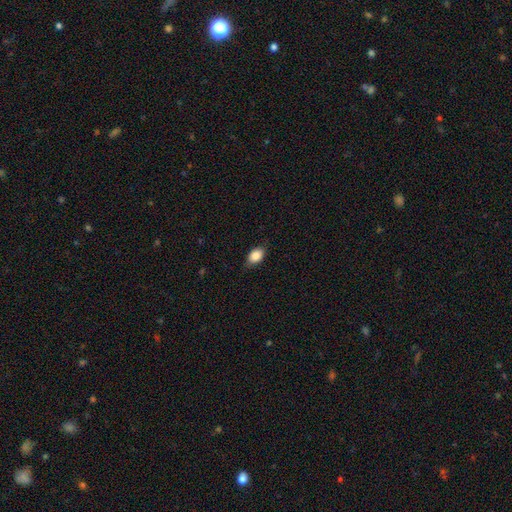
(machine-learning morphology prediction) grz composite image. It shows a smooth galaxy with no disk features (87%) that is in between round and cigar-shaped (84%). Merging: none (79%).